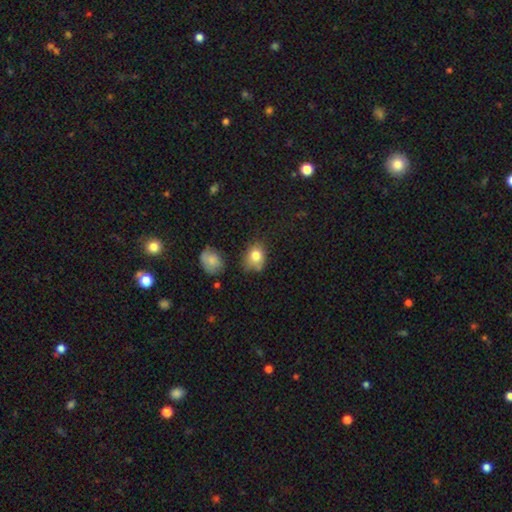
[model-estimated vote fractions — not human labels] This appears to be a smooth galaxy with no disk features (80%) that is in between round and cigar-shaped (57%). Merging: none (58%).